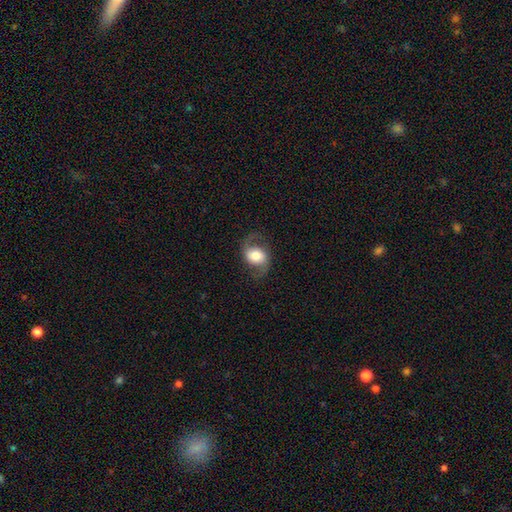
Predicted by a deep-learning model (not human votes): Smooth or featured? featured or disk (61%)
Edge-on disk? no (96%)
Bar? no (58%)
Spiral arms? yes (88%)
Spiral winding? loose (53%)
Spiral arm count? 2 (90%)
Bulge size? moderate (47%)
Merging? none (73%)